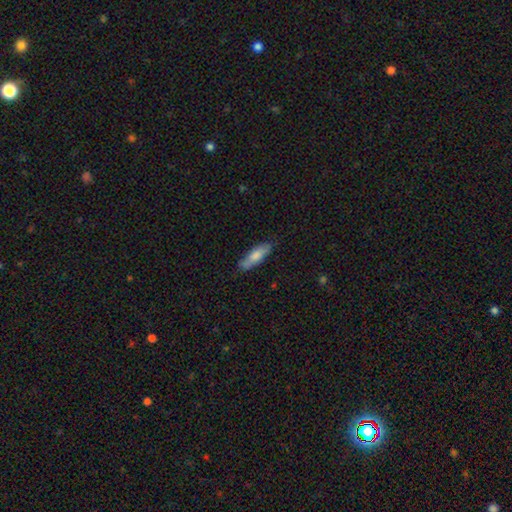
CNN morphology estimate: A smooth galaxy with no disk features (74%) that is cigar-shaped (58%). Merging: none (76%).